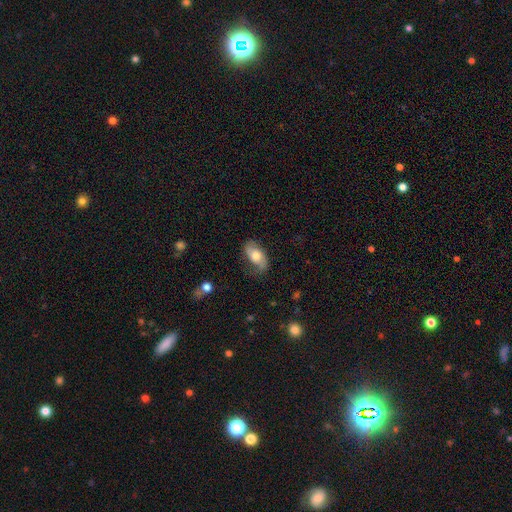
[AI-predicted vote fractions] smooth_or_featured: smooth (p=0.58) [alt: featured or disk p=0.35]
how_rounded: in between (p=0.91) [alt: round p=0.05]
merging: none (p=0.64) [alt: minor disturbance p=0.24]